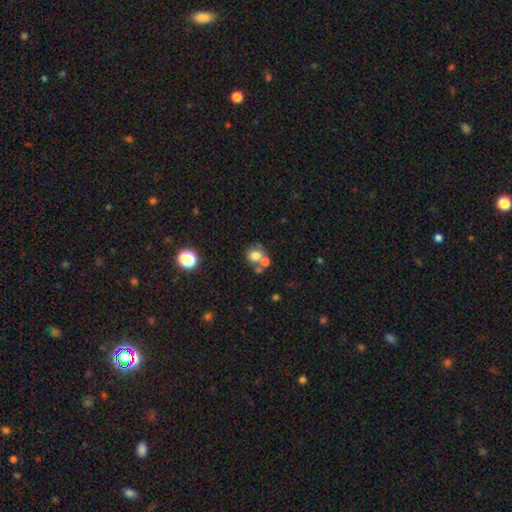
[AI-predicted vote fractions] smooth 72%, featured or disk 14%, star or artifact 14%. Down the decision tree: how rounded — round (74%); merging — none (43%).